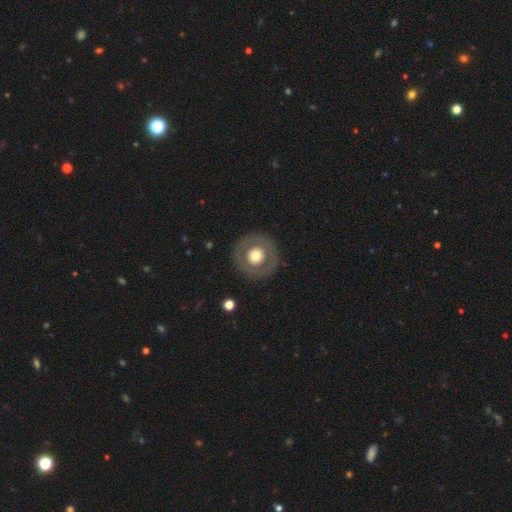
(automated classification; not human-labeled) This is possibly a smooth galaxy (53%). How rounded: clearly round (94%). Merging: clearly none (87%).